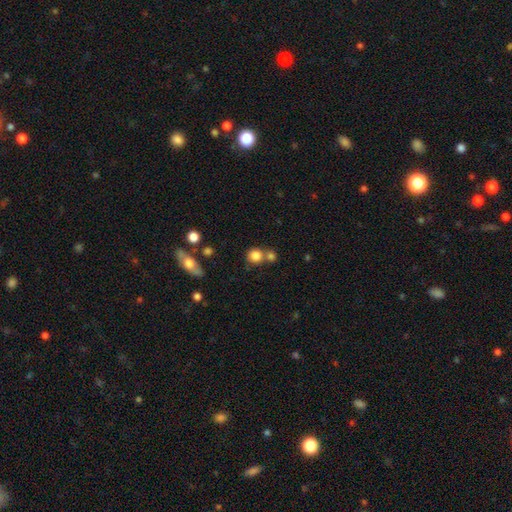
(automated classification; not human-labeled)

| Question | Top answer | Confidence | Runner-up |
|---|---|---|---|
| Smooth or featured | smooth | 82% | star or artifact (11%) |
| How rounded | round | 85% | in between (14%) |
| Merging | none | 54% | merger (32%) |